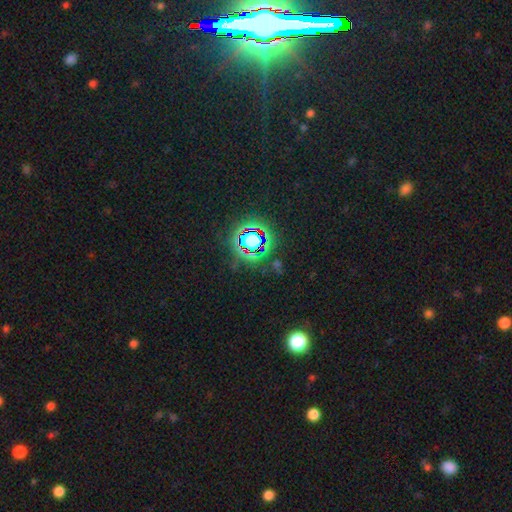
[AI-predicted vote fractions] star or artifact 82%, smooth 9%, featured or disk 8%.